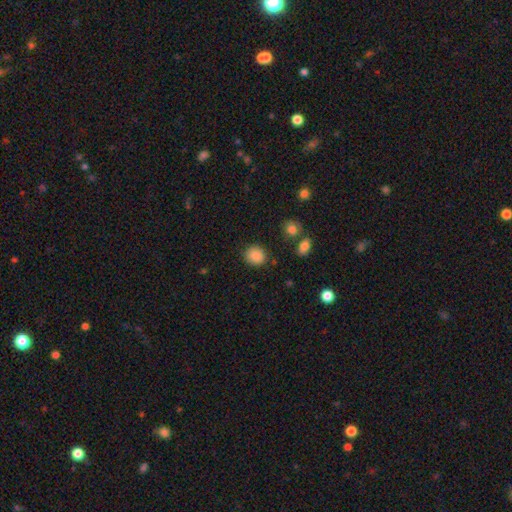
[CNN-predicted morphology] A smooth galaxy with no disk features (87%) that is round (79%).

Vote fractions:
- Smooth or featured? smooth: 87% / star or artifact: 9% / featured or disk: 4%
- How rounded? round: 79% / in between: 20% / cigar-shaped: 1%
- Merging? none: 86% / minor disturbance: 9% / major disturbance: 3% / merger: 2%